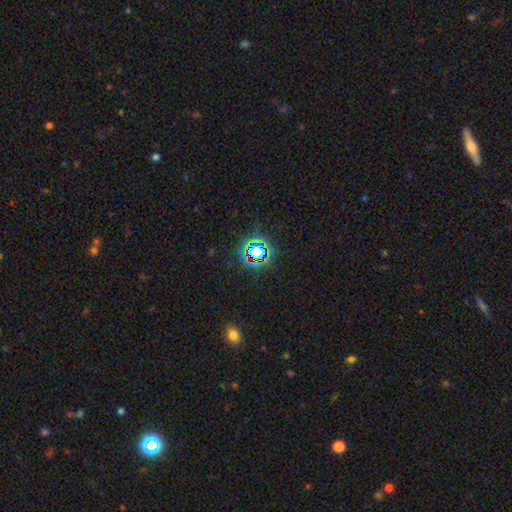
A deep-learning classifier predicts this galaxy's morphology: A star or artifact, not a galaxy (71%).